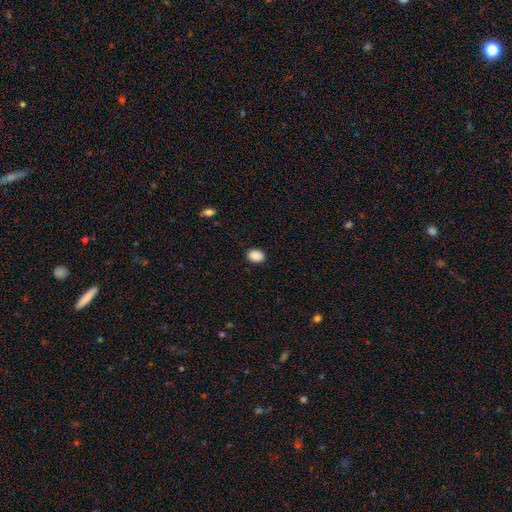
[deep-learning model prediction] Smooth or featured?
  - smooth: 90% *
  - star or artifact: 8%
  - featured or disk: 2%
How rounded?
  - in between: 68% *
  - round: 31%
  - cigar-shaped: 1%
Merging?
  - none: 89% *
  - minor disturbance: 8%
  - major disturbance: 2%
  - merger: 1%